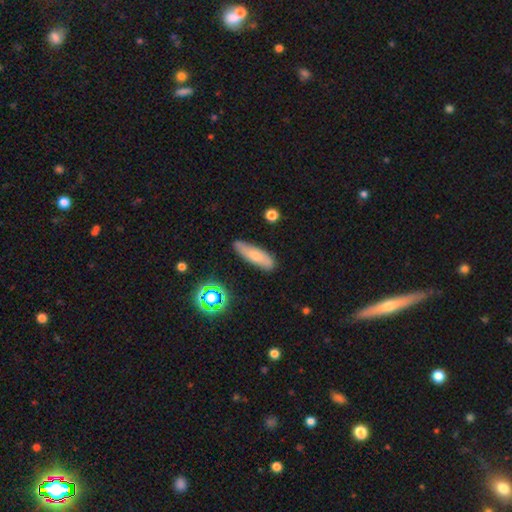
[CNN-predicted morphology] Smooth or featured? smooth (65%)
How rounded? cigar-shaped (52%)
Merging? none (79%)